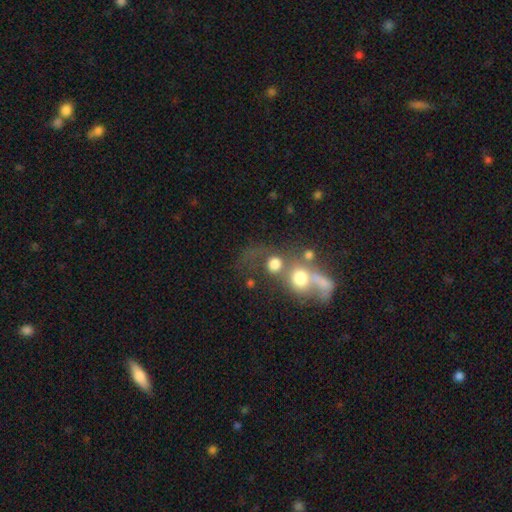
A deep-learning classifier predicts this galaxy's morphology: Q: Smooth or featured?
A: smooth (40%); runner-up: featured or disk (39%)
Q: Merging?
A: merger (60%); runner-up: major disturbance (19%)